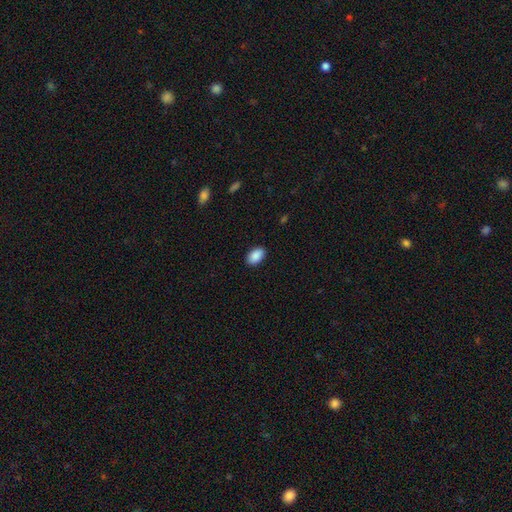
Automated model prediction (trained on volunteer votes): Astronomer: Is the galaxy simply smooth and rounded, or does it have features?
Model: smooth — 90%.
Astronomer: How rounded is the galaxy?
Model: in between — 92%.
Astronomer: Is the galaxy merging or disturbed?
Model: none — 89%.